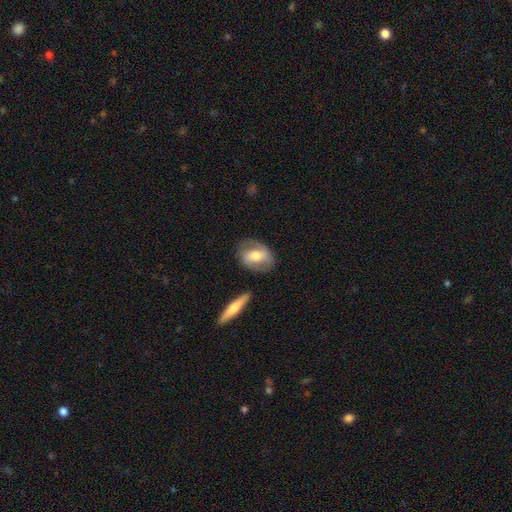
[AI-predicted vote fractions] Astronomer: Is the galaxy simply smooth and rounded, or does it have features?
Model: featured or disk — 47%, tied with smooth at 47%.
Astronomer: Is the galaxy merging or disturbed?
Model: none — 75%.